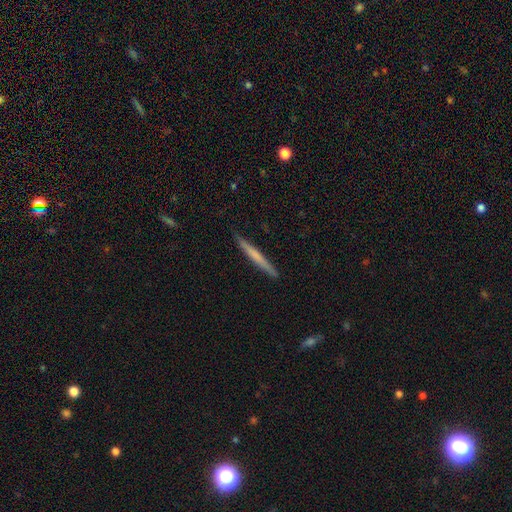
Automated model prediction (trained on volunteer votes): This appears to be a smooth galaxy with no disk features (54%) that is cigar-shaped (97%). Merging: none (91%).